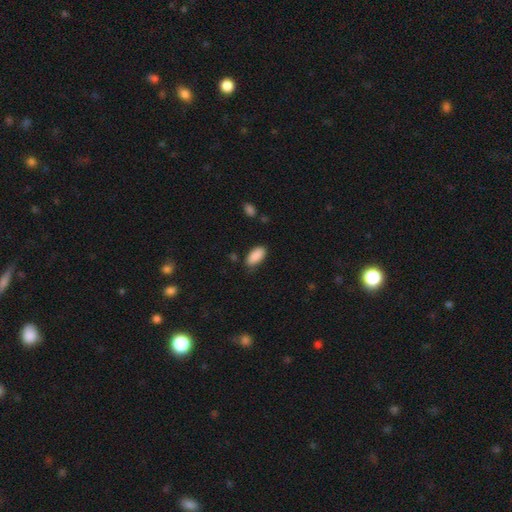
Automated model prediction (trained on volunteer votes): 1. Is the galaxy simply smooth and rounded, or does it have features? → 90% smooth, 7% star or artifact, 4% featured or disk.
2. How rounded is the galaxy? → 92% in between, 6% cigar-shaped, 2% round.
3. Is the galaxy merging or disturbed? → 78% none, 17% minor disturbance, 3% major disturbance, 2% merger.